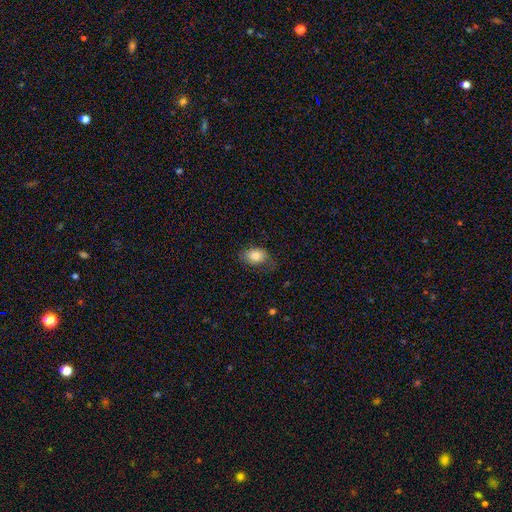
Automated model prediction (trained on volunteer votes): smooth_or_featured: smooth (p=0.83) [alt: featured or disk p=0.09]
how_rounded: in between (p=0.84) [alt: round p=0.15]
merging: none (p=0.68) [alt: minor disturbance p=0.23]